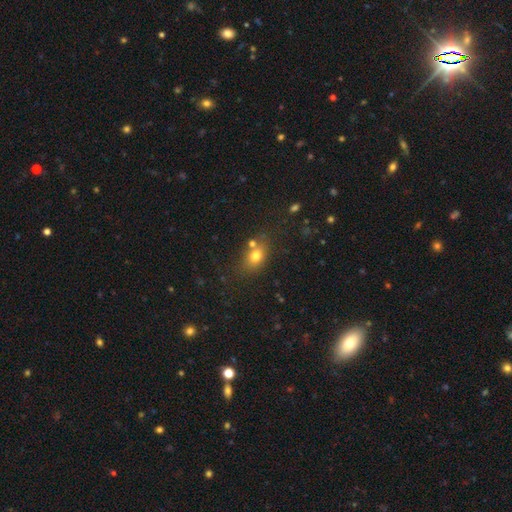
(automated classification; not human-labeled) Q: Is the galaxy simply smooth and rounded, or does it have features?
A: smooth — 75%.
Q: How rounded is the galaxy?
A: in between — 65%.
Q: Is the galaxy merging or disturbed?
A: none — 62%.